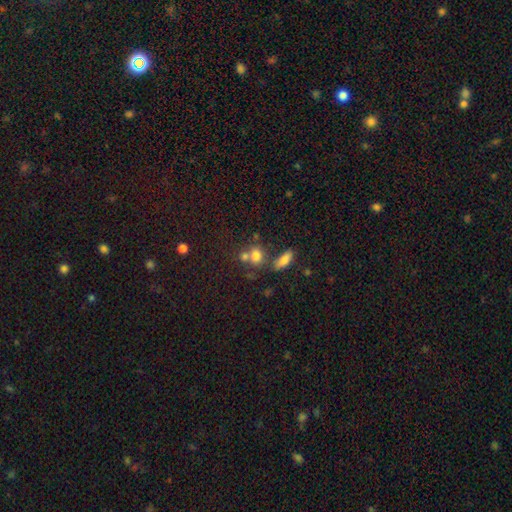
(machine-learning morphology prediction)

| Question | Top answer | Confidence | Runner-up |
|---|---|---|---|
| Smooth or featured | smooth | 75% | star or artifact (13%) |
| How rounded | round | 56% | in between (42%) |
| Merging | none | 42% | merger (41%) |